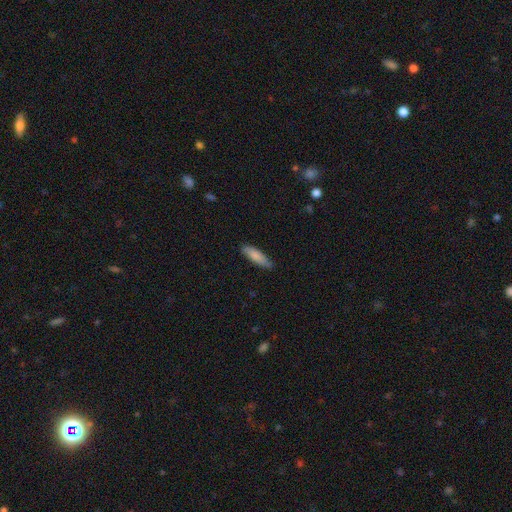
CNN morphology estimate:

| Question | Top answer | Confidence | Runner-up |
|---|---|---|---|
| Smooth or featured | smooth | 79% | featured or disk (15%) |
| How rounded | cigar-shaped | 57% | in between (42%) |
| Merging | none | 80% | minor disturbance (17%) |